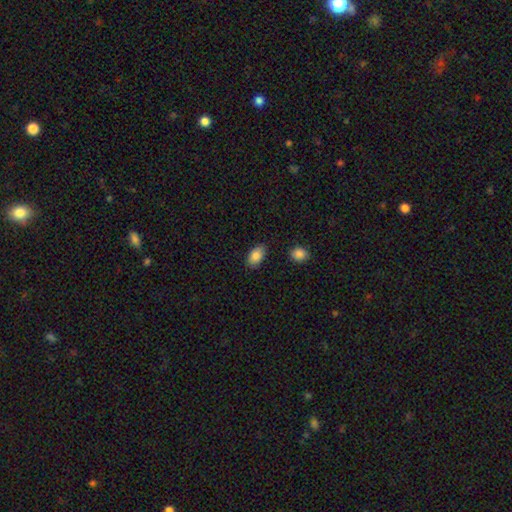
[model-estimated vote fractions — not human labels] Smooth or featured: smooth — 86% (star or artifact — 7%)
How rounded: in between — 92% (round — 7%)
Merging: none — 82% (minor disturbance — 13%)